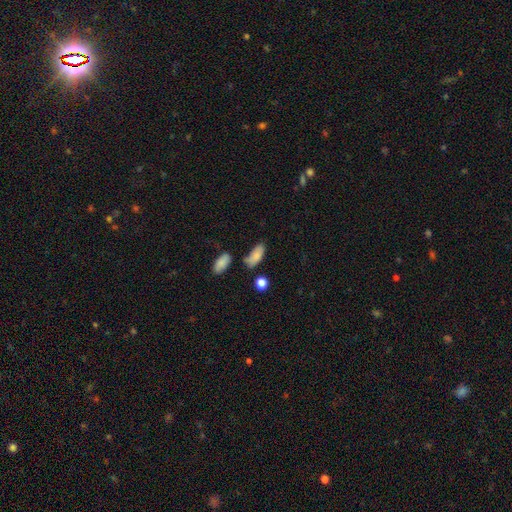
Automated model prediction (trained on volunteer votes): Smooth or featured? Predicted: smooth (p=0.82). How rounded? Predicted: in between (p=0.85). Merging? Predicted: none (p=0.54).